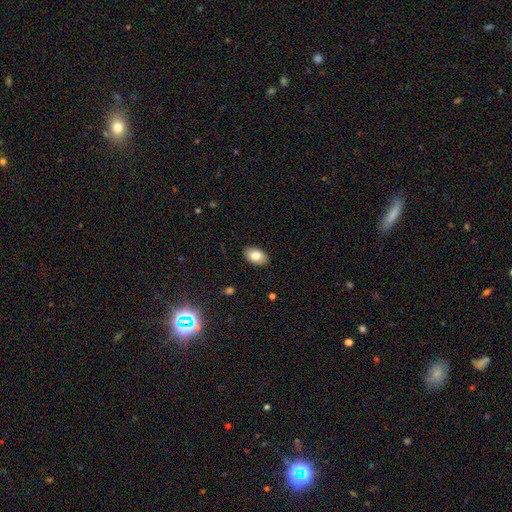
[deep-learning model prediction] This appears to be a smooth galaxy with no disk features (82%) that is in between round and cigar-shaped (92%). Merging: none (89%).